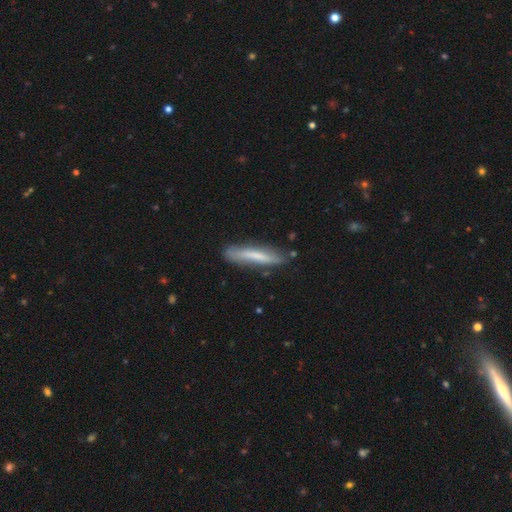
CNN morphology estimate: Overall: smooth (59%; featured or disk 35%). How rounded: cigar-shaped (89%). Merging: none (71%).